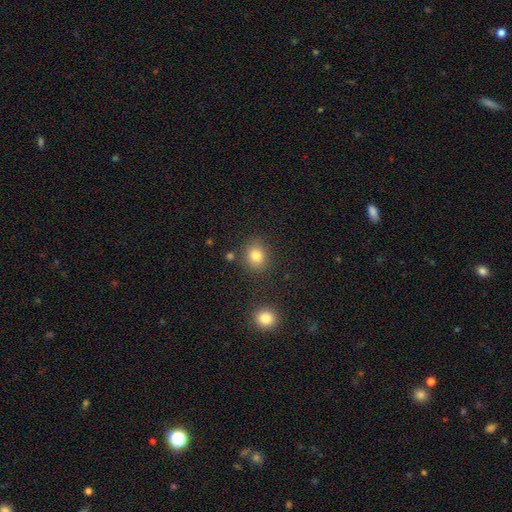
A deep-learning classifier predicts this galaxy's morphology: This appears to be a smooth galaxy with no disk features (81%) that is round (74%). Merging: none (82%).